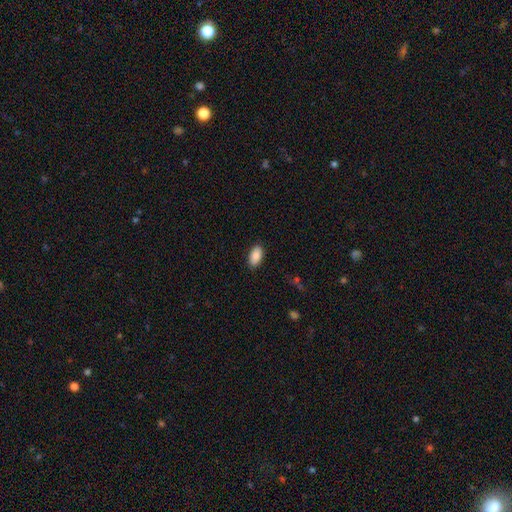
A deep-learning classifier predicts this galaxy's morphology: Overall: smooth (87%). How rounded: in between (94%). Merging: none (88%).